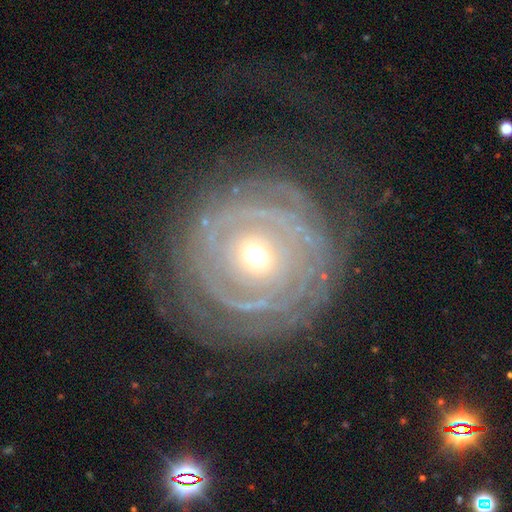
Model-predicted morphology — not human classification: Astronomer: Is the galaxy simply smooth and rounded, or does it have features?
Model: featured or disk — 80%.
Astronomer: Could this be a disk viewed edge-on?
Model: no — 96%.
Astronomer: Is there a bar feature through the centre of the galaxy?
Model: no — 77%.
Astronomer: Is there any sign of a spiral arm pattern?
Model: yes — 80%.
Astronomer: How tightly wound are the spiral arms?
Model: tight — 82%.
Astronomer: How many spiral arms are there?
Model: can't tell — 46%.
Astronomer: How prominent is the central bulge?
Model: moderate — 54% (runner-up: small, 40%).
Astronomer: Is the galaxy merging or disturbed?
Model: none — 72%.